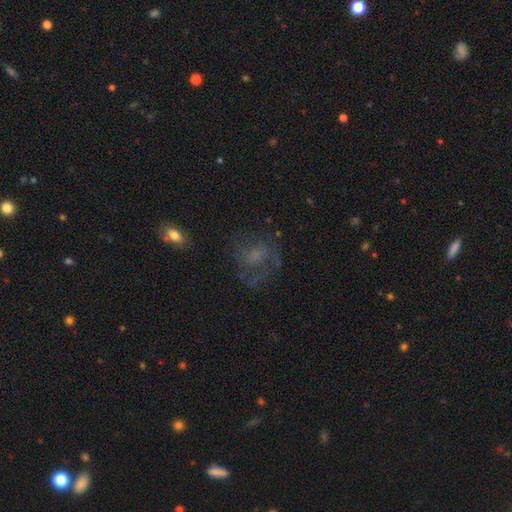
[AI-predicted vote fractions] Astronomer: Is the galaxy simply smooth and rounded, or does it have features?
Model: featured or disk — 47% (runner-up: smooth, 34%).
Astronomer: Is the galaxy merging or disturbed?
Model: none — 56%.